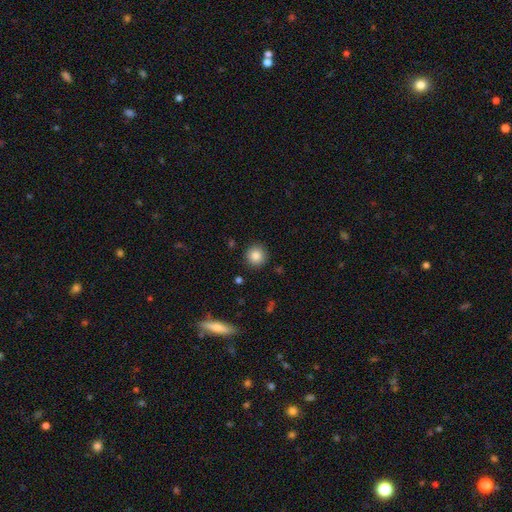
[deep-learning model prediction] smooth-or-featured: smooth: 85% | star or artifact: 9% | featured or disk: 5%
  how-rounded: round: 94% | in between: 5% | cigar-shaped: 1%
  merging: none: 91% | minor disturbance: 6% | major disturbance: 2% | merger: 1%